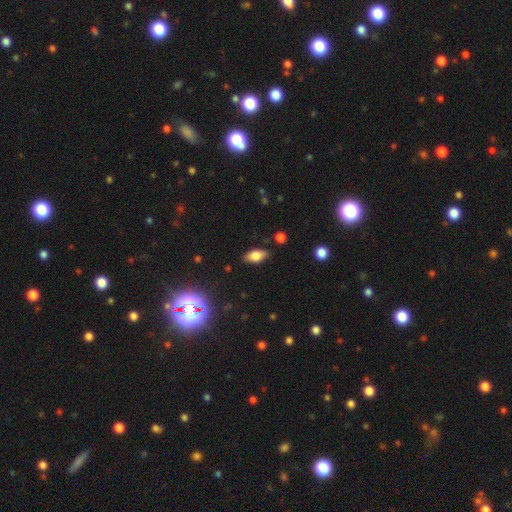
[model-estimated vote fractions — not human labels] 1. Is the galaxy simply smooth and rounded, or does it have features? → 73% smooth, 17% featured or disk, 9% star or artifact.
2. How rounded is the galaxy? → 86% in between, 10% cigar-shaped, 4% round.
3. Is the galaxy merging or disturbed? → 84% none, 12% minor disturbance, 2% major disturbance, 2% merger.